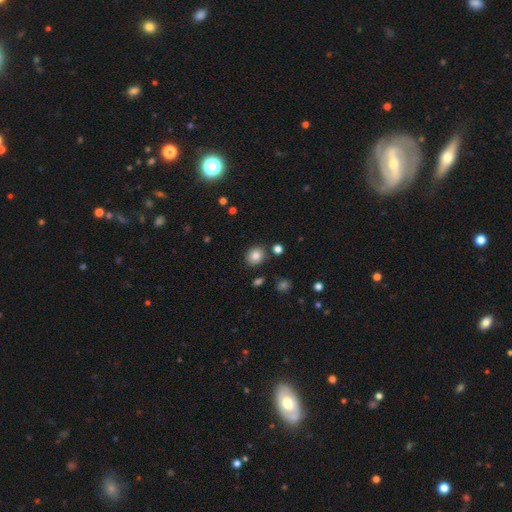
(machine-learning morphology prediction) smooth 82%, star or artifact 11%, featured or disk 7%. Down the decision tree: how rounded — round (73%); merging — none (84%).